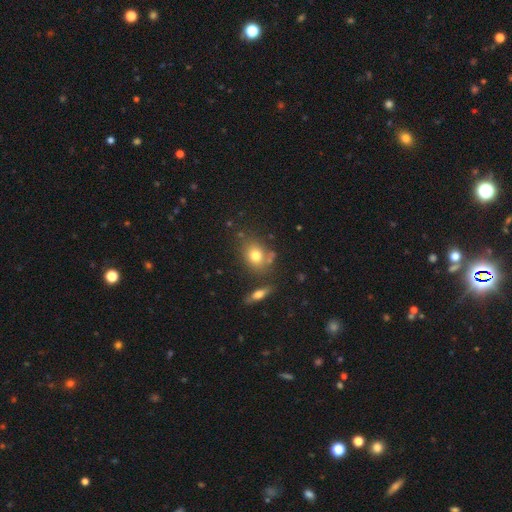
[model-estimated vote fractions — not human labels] A smooth galaxy with no disk features (75%) that is in between round and cigar-shaped (50%). Merging: none (69%).